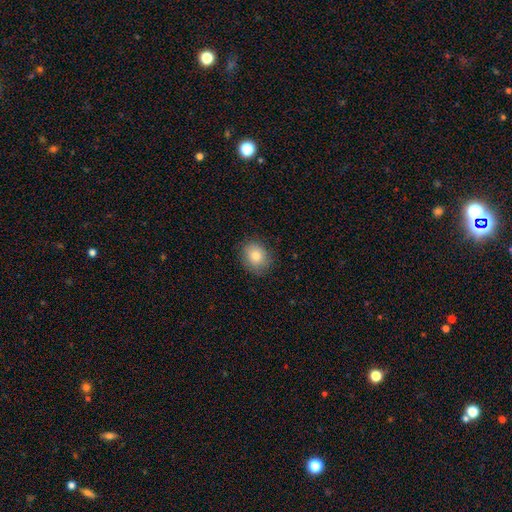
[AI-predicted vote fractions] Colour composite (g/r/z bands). It shows a smooth galaxy with no disk features (81%) that is round (61%). Merging: none (85%).